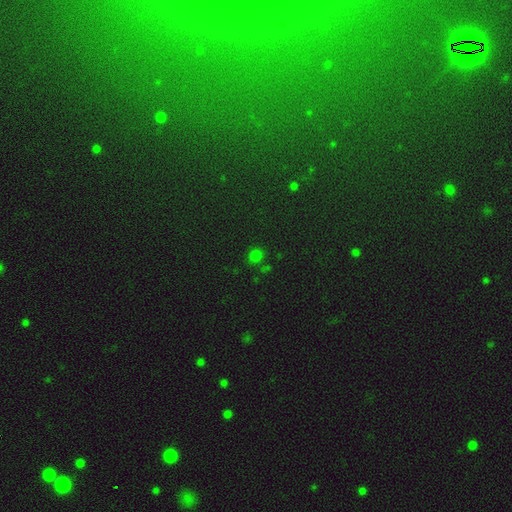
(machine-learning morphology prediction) Smooth or featured? Predicted: smooth (p=0.68). How rounded? Predicted: round (p=0.83). Merging? Predicted: none (p=0.79).